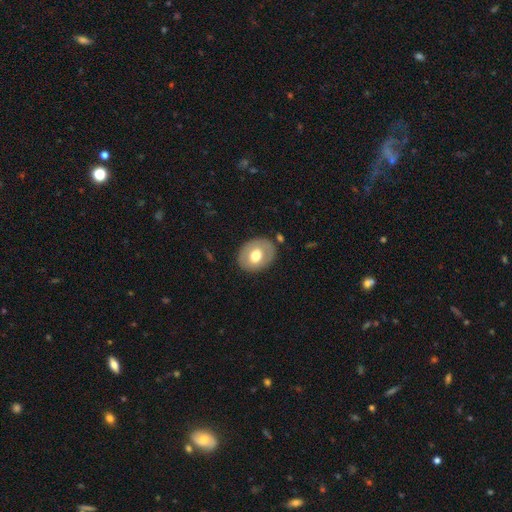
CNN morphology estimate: The model was most divided on "how rounded": in between: 57%, round: 43%, cigar-shaped: 1%. More confident: merging — none (84%); smooth or featured — smooth (61%).